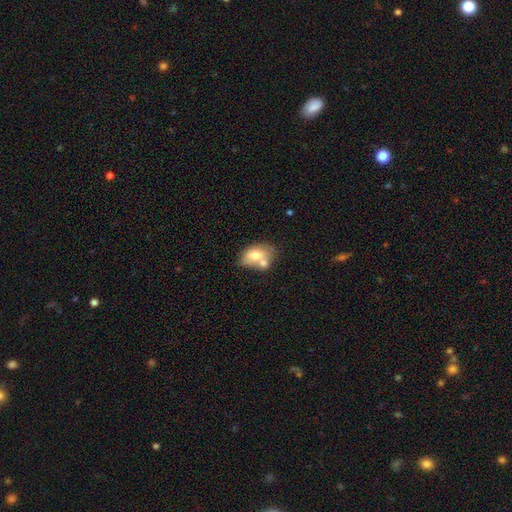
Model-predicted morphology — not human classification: Q: Smooth or featured?
A: smooth (66%); runner-up: featured or disk (27%)
Q: How rounded?
A: in between (83%); runner-up: round (16%)
Q: Merging?
A: merger (46%); runner-up: none (33%)